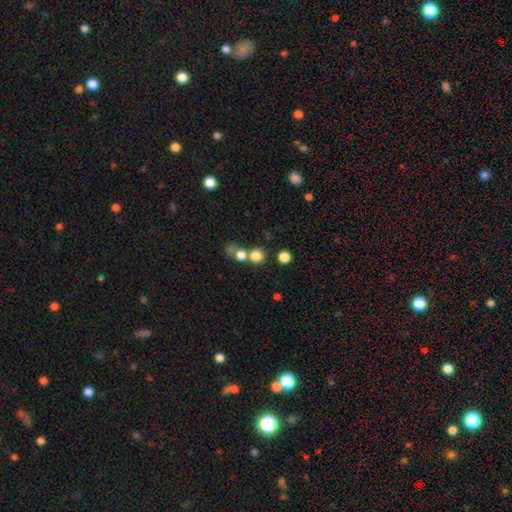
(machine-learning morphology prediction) smooth-or-featured: smooth: 78% | star or artifact: 14% | featured or disk: 8%
  how-rounded: round: 88% | in between: 11% | cigar-shaped: 1%
  merging: none: 59% | merger: 29% | minor disturbance: 7% | major disturbance: 4%